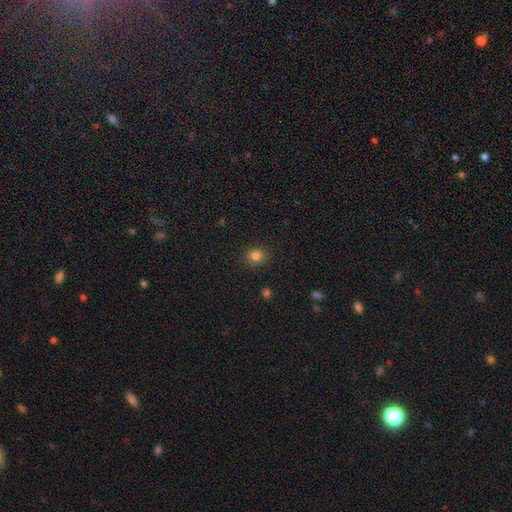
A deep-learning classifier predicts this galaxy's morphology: Smooth or featured? smooth (82%)
How rounded? round (79%)
Merging? none (89%)